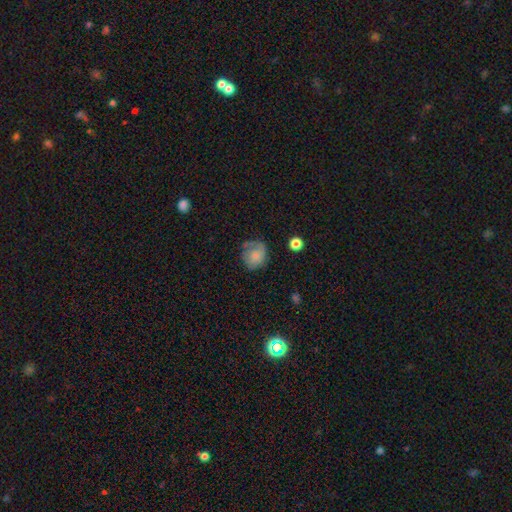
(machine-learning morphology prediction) Smooth or featured?
  - smooth: 64% *
  - featured or disk: 27%
  - star or artifact: 9%
How rounded?
  - round: 70% *
  - in between: 29%
  - cigar-shaped: 1%
Merging?
  - none: 54% *
  - minor disturbance: 27%
  - major disturbance: 17%
  - merger: 3%